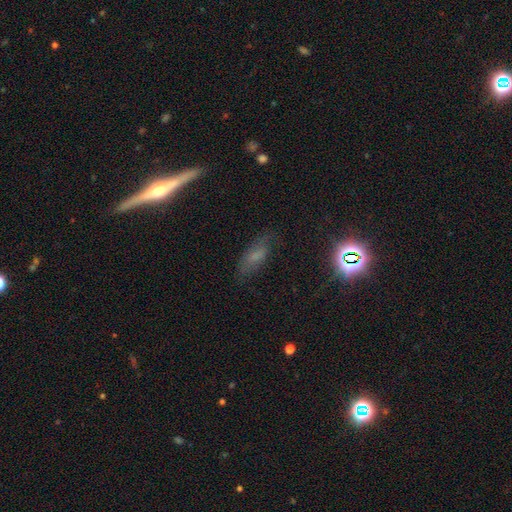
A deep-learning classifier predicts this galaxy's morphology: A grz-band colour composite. It shows a smooth galaxy with no disk features (55%) that is in between round and cigar-shaped (70%). Merging: none (66%).